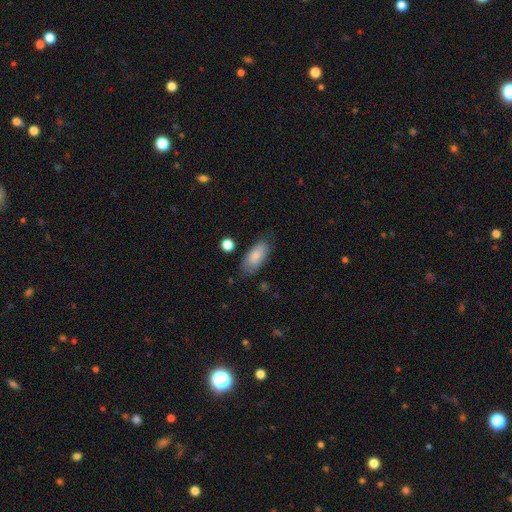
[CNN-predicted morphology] This appears to be a smooth galaxy with no disk features (83%) that is in between round and cigar-shaped (87%). Merging: none (75%).